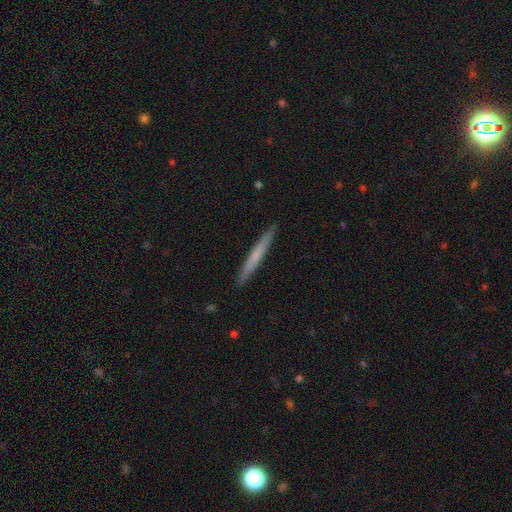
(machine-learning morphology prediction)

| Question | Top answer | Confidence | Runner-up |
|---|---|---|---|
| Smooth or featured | smooth | 60% | featured or disk (35%) |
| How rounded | cigar-shaped | 97% | in between (2%) |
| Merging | none | 92% | minor disturbance (6%) |